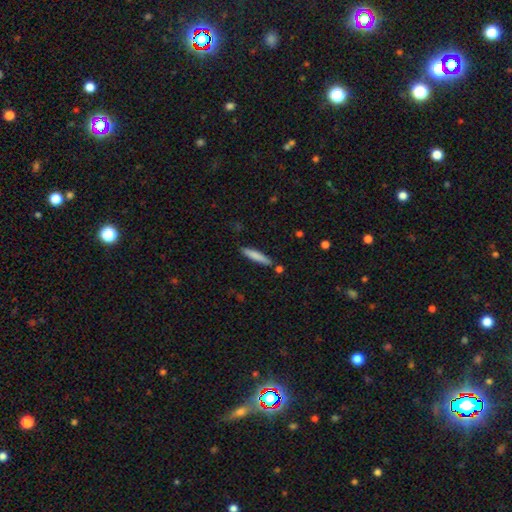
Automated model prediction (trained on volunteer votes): Smooth or featured? Predicted: smooth (p=0.78). How rounded? Predicted: cigar-shaped (p=0.90). Merging? Predicted: none (p=0.81).